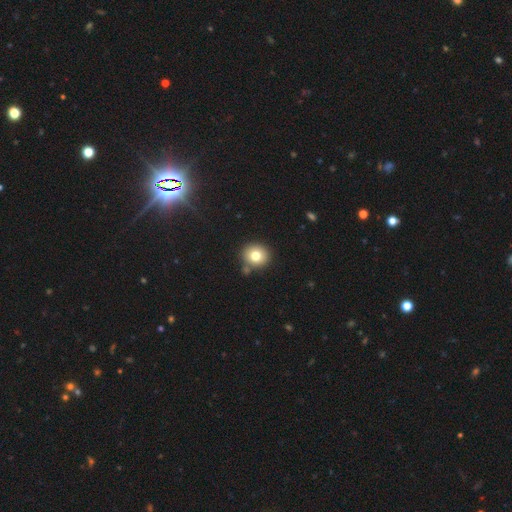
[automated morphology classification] This is likely a smooth galaxy (76%). How rounded: clearly round (87%). Merging: likely none (79%).